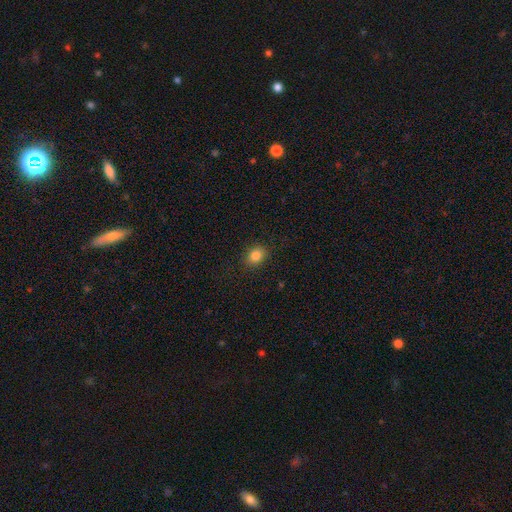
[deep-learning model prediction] Smooth or featured? smooth (84%)
How rounded? in between (55%)
Merging? none (88%)